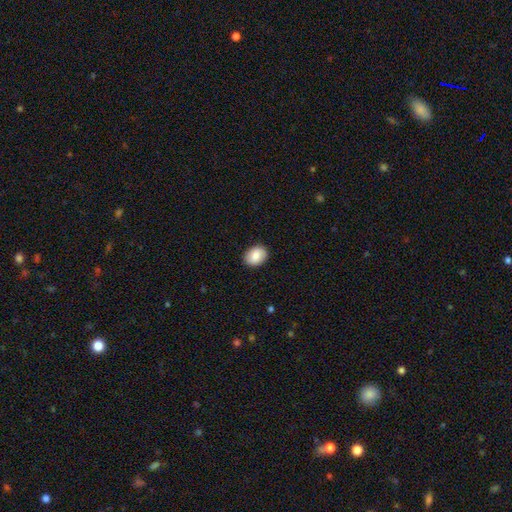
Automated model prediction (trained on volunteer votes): Smooth or featured: smooth — 85% (featured or disk — 8%)
How rounded: in between — 63% (round — 36%)
Merging: none — 89% (minor disturbance — 8%)